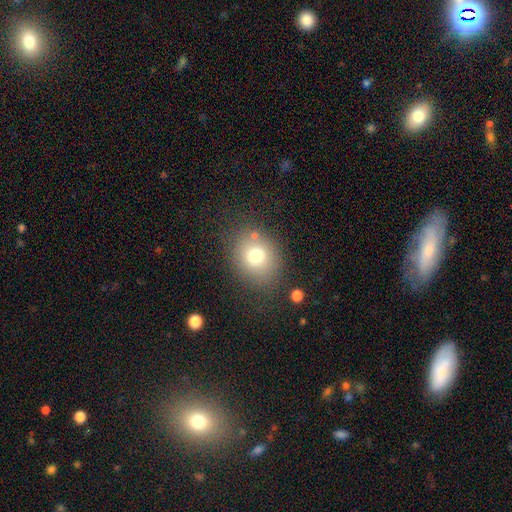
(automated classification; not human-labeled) smooth-or-featured: smooth: 74% | star or artifact: 13% | featured or disk: 13%
  how-rounded: round: 61% | in between: 39% | cigar-shaped: 1%
  merging: none: 75% | minor disturbance: 14% | major disturbance: 6% | merger: 5%